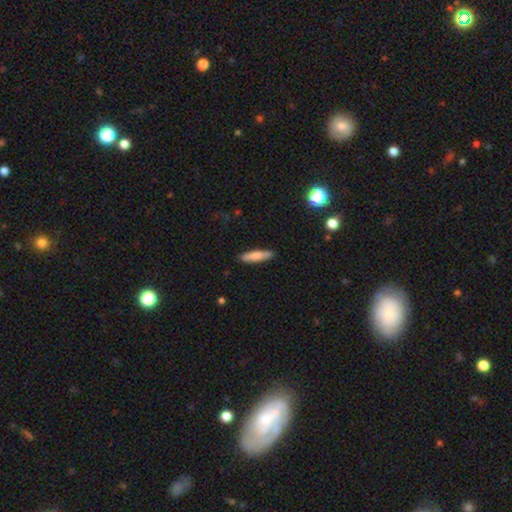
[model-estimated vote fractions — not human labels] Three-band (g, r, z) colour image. It shows a smooth galaxy with no disk features (76%) that is cigar-shaped (82%). Merging: none (87%).